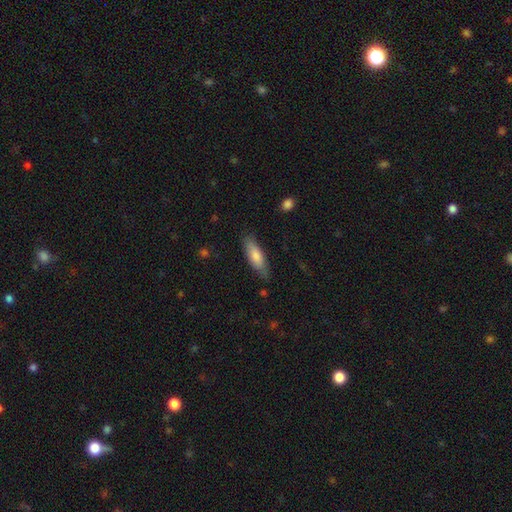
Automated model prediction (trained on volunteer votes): Smooth or featured: smooth — 77% (featured or disk — 18%)
How rounded: in between — 51% (cigar-shaped — 47%)
Merging: none — 79% (minor disturbance — 16%)